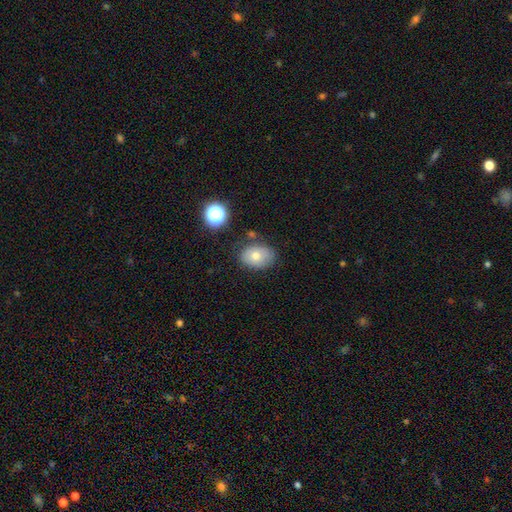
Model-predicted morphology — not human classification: Smooth or featured: smooth — 70% (featured or disk — 19%)
How rounded: in between — 74% (round — 25%)
Merging: none — 73% (minor disturbance — 18%)